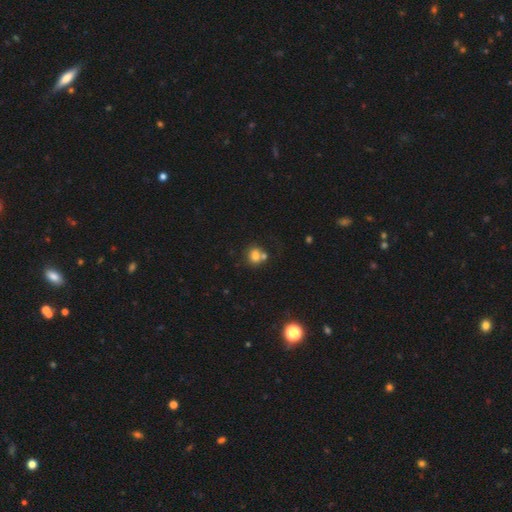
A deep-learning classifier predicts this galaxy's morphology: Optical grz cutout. It shows a smooth galaxy with no disk features (77%) that is round (68%). Merging: none (51%).